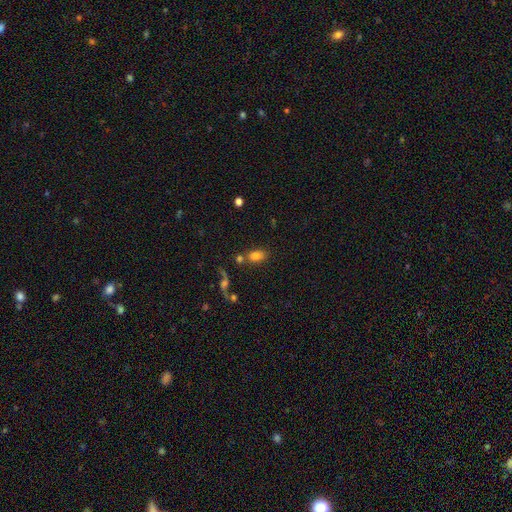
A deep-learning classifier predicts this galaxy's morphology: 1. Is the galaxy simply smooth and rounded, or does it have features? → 79% smooth, 11% featured or disk, 11% star or artifact.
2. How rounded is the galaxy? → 85% in between, 12% round, 3% cigar-shaped.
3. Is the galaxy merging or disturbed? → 62% none, 19% merger, 13% minor disturbance, 5% major disturbance.